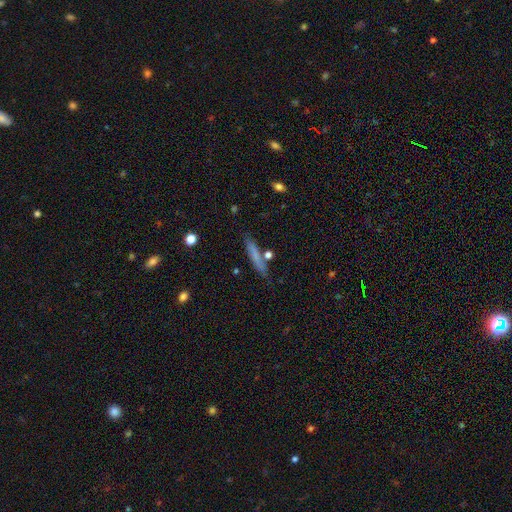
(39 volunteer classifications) Q: Smooth or featured?
A: smooth (69%); runner-up: featured or disk (28%)
Q: How rounded?
A: cigar-shaped (96%); runner-up: round (4%)
Q: Merging?
A: none (87%); runner-up: minor disturbance (5%)